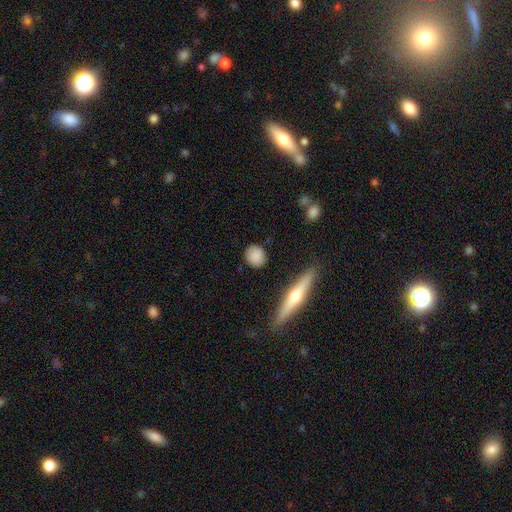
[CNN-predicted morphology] This is clearly a smooth galaxy (83%). How rounded: likely round (78%). Merging: clearly none (86%).